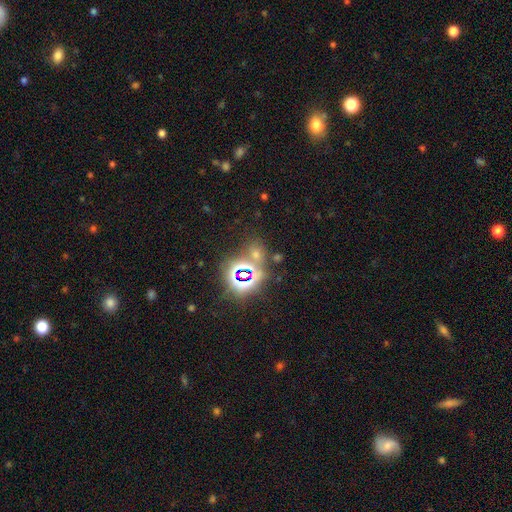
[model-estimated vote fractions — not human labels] The model was most divided on "smooth or featured": star or artifact: 73%, smooth: 19%, featured or disk: 8%.